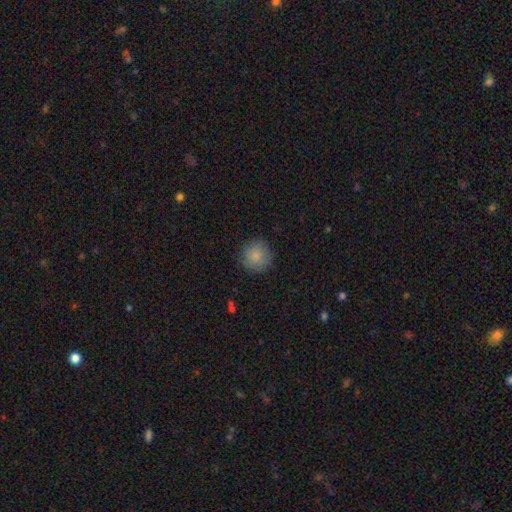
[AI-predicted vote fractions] A smooth galaxy with no disk features (85%) that is round (94%). Merging: none (86%).